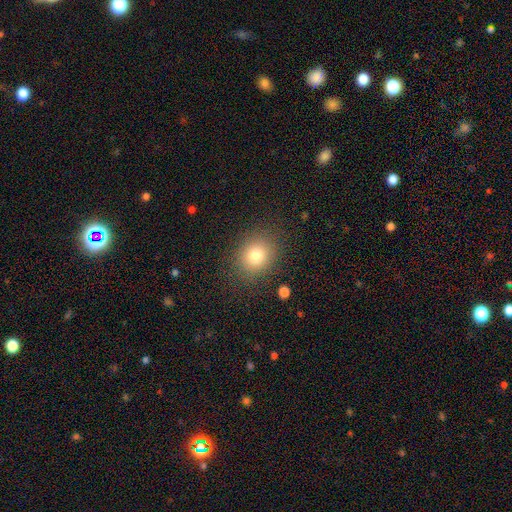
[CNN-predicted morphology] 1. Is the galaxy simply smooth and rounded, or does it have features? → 78% smooth, 12% star or artifact, 10% featured or disk.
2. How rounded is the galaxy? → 69% round, 30% in between, 1% cigar-shaped.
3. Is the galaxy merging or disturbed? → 84% none, 10% minor disturbance, 4% major disturbance, 2% merger.